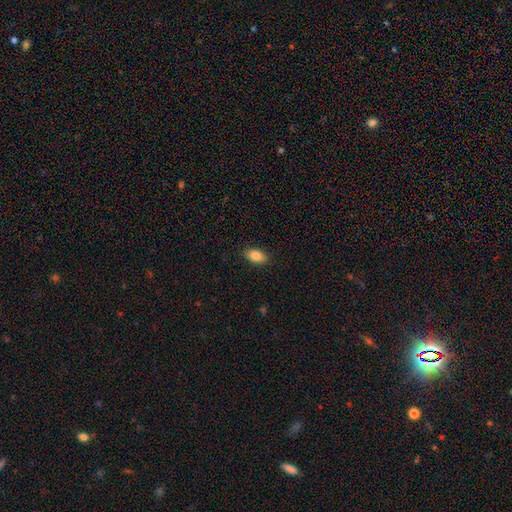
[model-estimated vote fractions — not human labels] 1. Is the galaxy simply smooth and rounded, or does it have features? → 85% smooth, 8% star or artifact, 7% featured or disk.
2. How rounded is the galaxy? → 91% in between, 7% round, 2% cigar-shaped.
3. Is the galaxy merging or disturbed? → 89% none, 8% minor disturbance, 2% major disturbance, 1% merger.